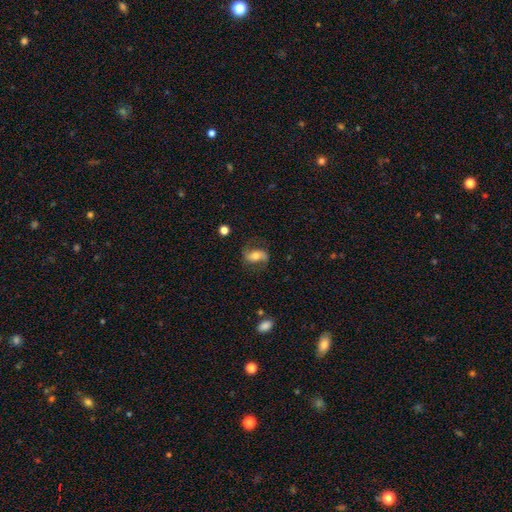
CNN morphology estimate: smooth_or_featured: featured or disk (p=0.56) [alt: smooth p=0.35]
disk_edge_on: no (p=0.93) [alt: yes p=0.07]
bar: no (p=0.38) [alt: weak p=0.32]
has_spiral_arms: yes (p=0.85) [alt: no p=0.15]
bulge_size: moderate (p=0.62) [alt: small p=0.21]
merging: none (p=0.69) [alt: minor disturbance p=0.19]